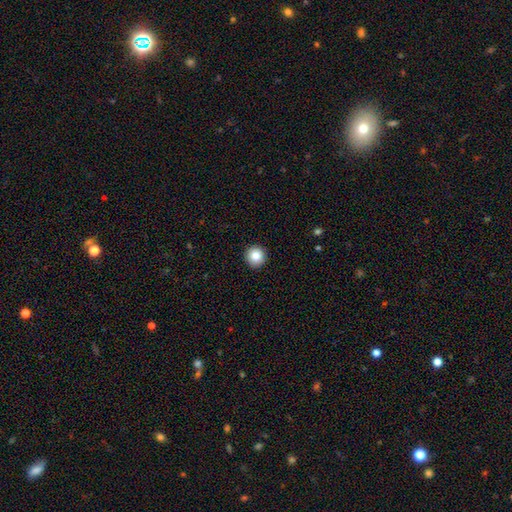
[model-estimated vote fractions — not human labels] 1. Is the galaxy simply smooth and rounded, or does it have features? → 83% smooth, 9% star or artifact, 7% featured or disk.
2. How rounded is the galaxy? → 96% round, 3% in between, 1% cigar-shaped.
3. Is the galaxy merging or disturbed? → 93% none, 4% minor disturbance, 1% major disturbance, 1% merger.